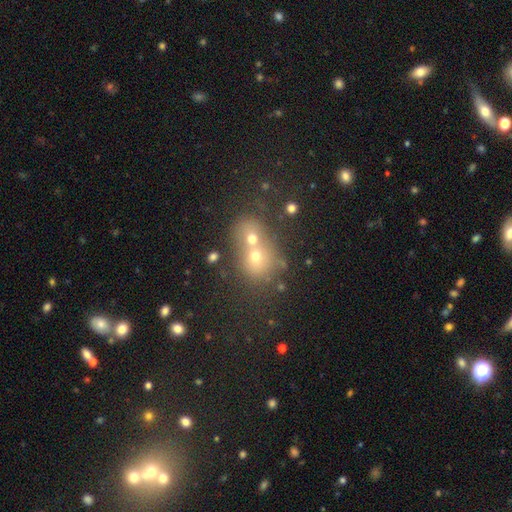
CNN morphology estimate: Smooth or featured? smooth (52%)
How rounded? round (58%)
Merging? merger (56%)